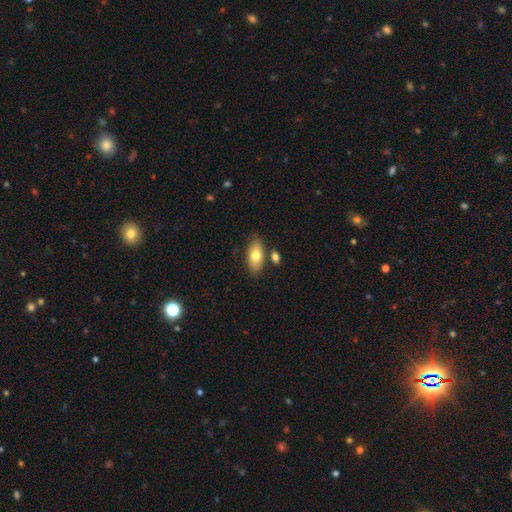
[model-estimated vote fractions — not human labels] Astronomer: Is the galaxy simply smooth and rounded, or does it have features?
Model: smooth — 75%.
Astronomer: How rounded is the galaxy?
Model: in between — 89%.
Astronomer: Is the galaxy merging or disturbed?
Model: none — 76%.